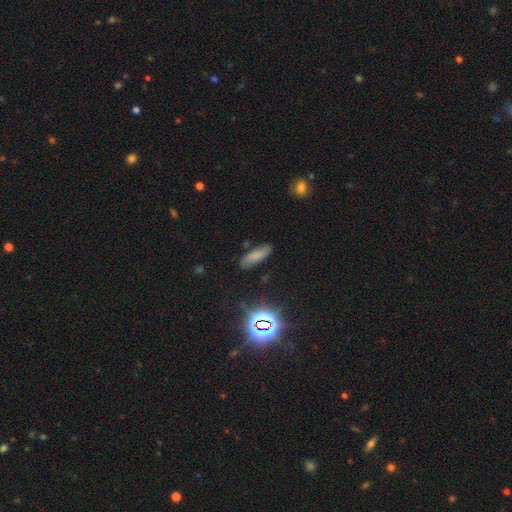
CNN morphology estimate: A smooth galaxy with no disk features (68%) that is in between round and cigar-shaped (51%).

Vote fractions:
- Smooth or featured? smooth: 68% / star or artifact: 17% / featured or disk: 14%
- How rounded? in between: 51% / cigar-shaped: 46% / round: 3%
- Merging? none: 81% / minor disturbance: 14% / major disturbance: 3% / merger: 2%